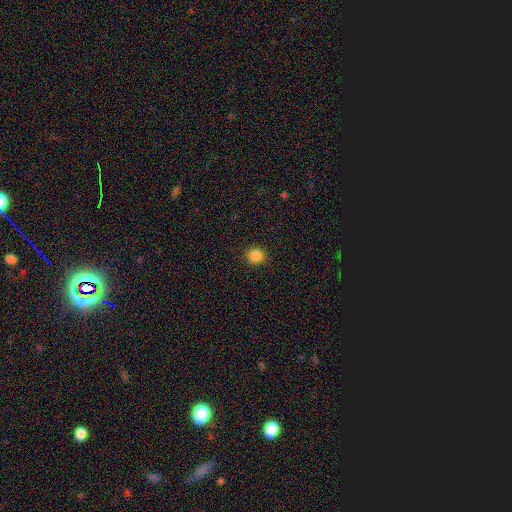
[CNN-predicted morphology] A smooth galaxy with no disk features (86%) that is round (90%). Merging: none (91%).